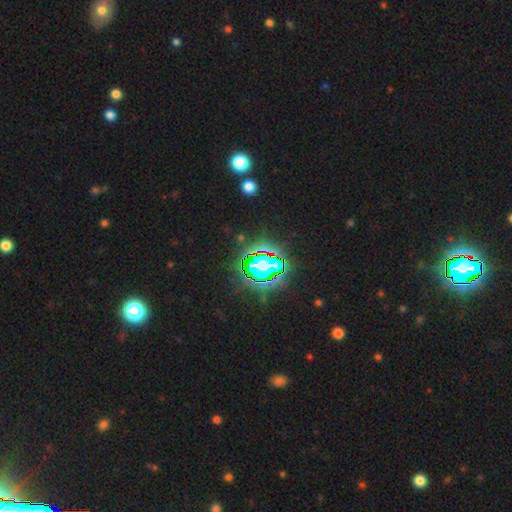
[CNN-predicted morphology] smooth_or_featured: star or artifact (p=0.80) [alt: smooth p=0.13]